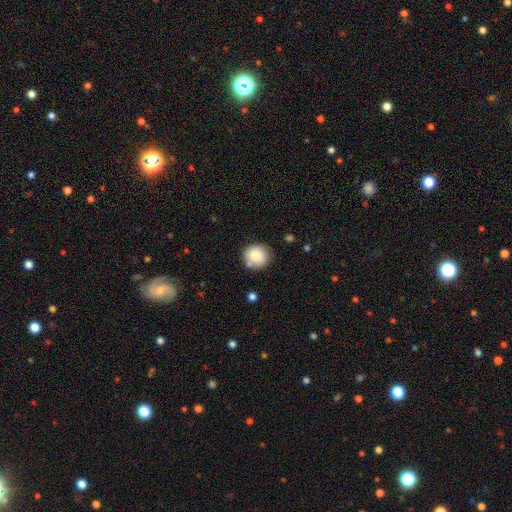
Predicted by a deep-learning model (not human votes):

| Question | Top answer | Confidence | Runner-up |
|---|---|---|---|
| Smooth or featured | smooth | 81% | featured or disk (11%) |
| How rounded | round | 85% | in between (14%) |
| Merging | none | 73% | minor disturbance (15%) |